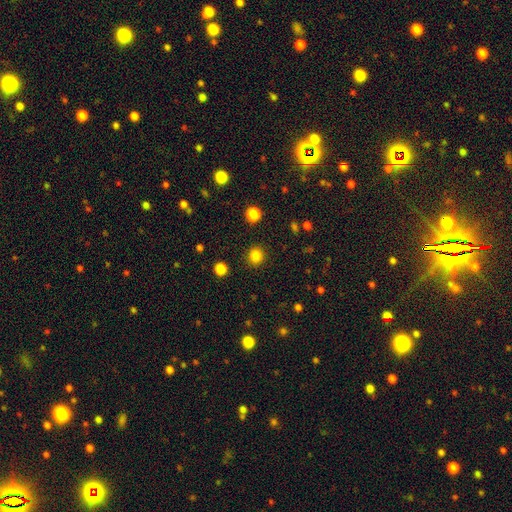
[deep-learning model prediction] Overall: smooth (83%). How rounded: round (88%). Merging: none (90%).